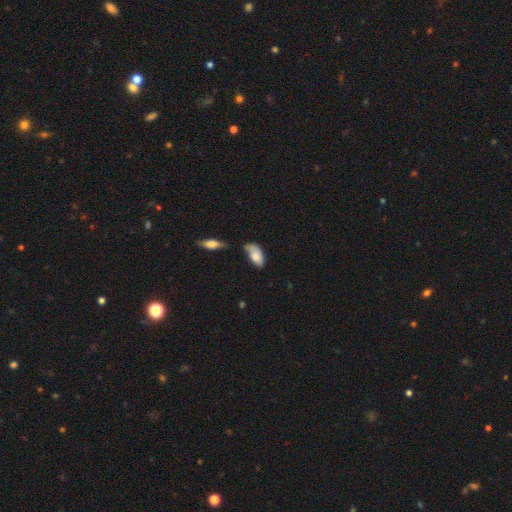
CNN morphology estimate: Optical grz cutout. It shows a smooth galaxy with no disk features (78%) that is in between round and cigar-shaped (92%). Merging: none (36%).